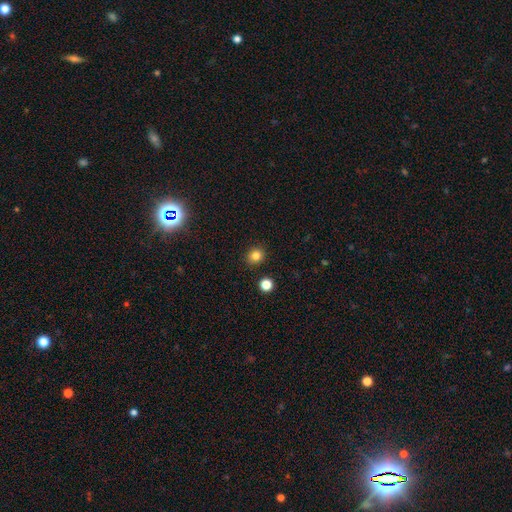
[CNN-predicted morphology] smooth-or-featured: smooth: 83% | star or artifact: 13% | featured or disk: 4%
  how-rounded: round: 78% | in between: 21% | cigar-shaped: 1%
  merging: none: 90% | minor disturbance: 6% | merger: 2% | major disturbance: 2%